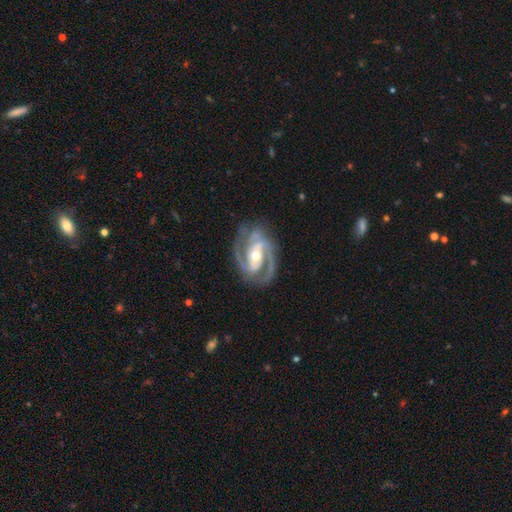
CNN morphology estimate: smooth_or_featured: featured or disk (p=0.92) [alt: smooth p=0.04]
disk_edge_on: no (p=0.97) [alt: yes p=0.03]
bar: strong (p=0.43) [alt: weak p=0.32]
has_spiral_arms: yes (p=0.98) [alt: no p=0.02]
spiral_winding: medium (p=0.50) [alt: tight p=0.41]
spiral_arm_count: 2 (p=0.83) [alt: 3 p=0.10]
bulge_size: moderate (p=0.65) [alt: small p=0.29]
merging: none (p=0.77) [alt: minor disturbance p=0.15]